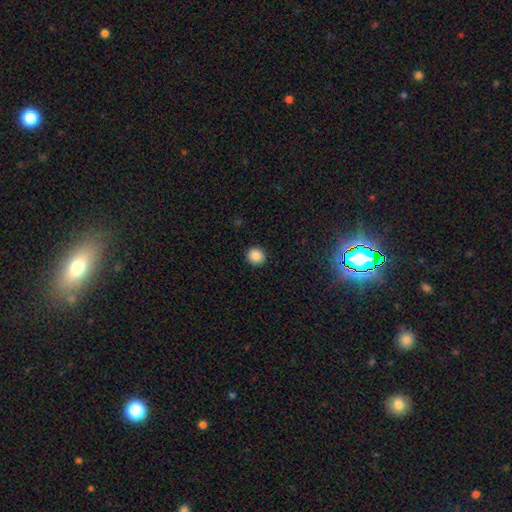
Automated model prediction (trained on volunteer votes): This is clearly a smooth galaxy (88%). How rounded: clearly round (92%). Merging: clearly none (92%).